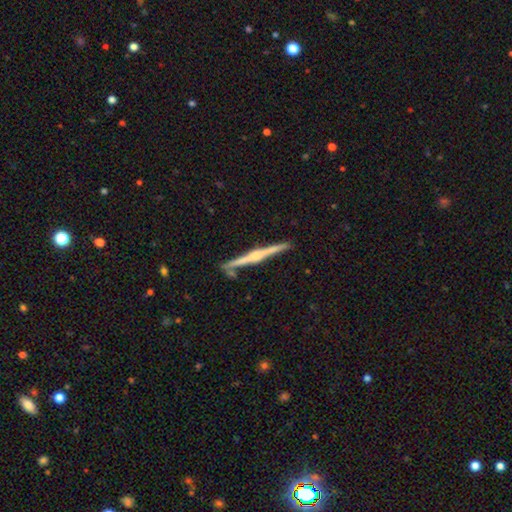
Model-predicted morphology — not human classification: The model was most divided on "smooth or featured": featured or disk: 81%, smooth: 14%, star or artifact: 5%. More confident: edge-on disk — yes (98%); merging — none (86%); edge-on bulge — rounded (83%).